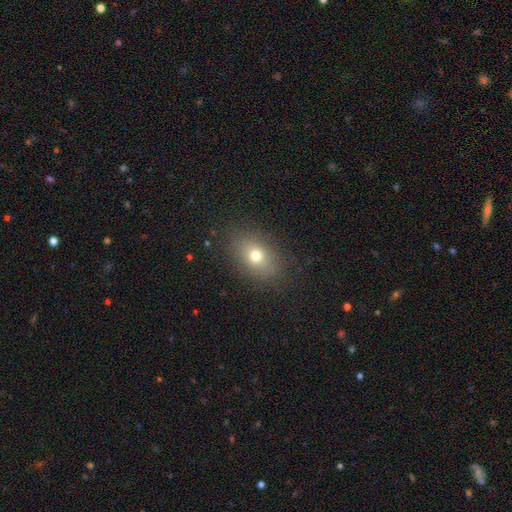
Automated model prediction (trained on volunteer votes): This appears to be a smooth galaxy with no disk features (72%) that is in between round and cigar-shaped (73%). Merging: none (84%).